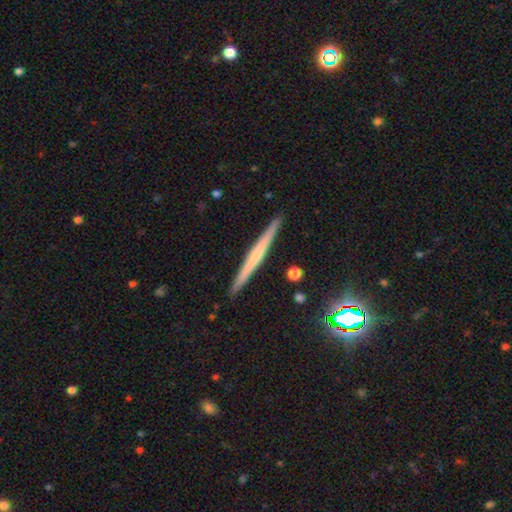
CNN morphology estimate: A featured or disk galaxy (52%) viewed edge-on (98%) with no central bulge (73%).

Vote fractions:
- Smooth or featured? featured or disk: 52% / smooth: 40% / star or artifact: 7%
- Edge-on disk? yes: 98% / no: 2%
- Edge-on bulge? none: 73% / rounded: 19% / boxy: 9%
- Merging? none: 92% / minor disturbance: 6% / major disturbance: 1% / merger: 1%